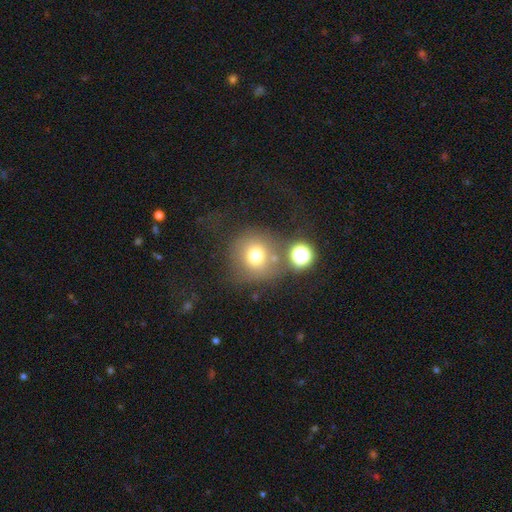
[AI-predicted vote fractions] A smooth galaxy with no disk features (71%) that is round (92%).

Vote fractions:
- Smooth or featured? smooth: 71% / star or artifact: 16% / featured or disk: 13%
- How rounded? round: 92% / in between: 7% / cigar-shaped: 1%
- Merging? none: 64% / merger: 15% / minor disturbance: 13% / major disturbance: 8%